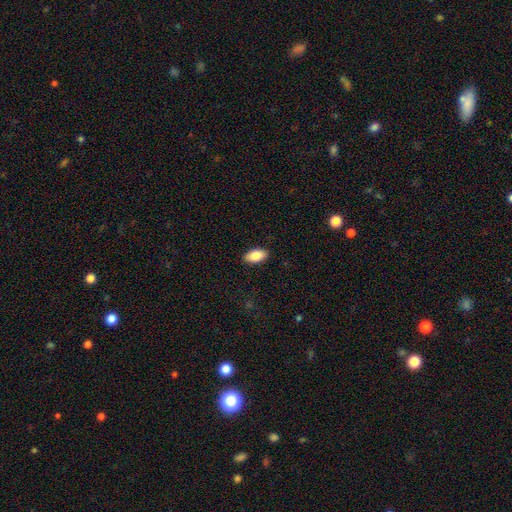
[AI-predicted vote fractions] Smooth or featured? Predicted: smooth (p=0.85). How rounded? Predicted: in between (p=0.94). Merging? Predicted: none (p=0.89).